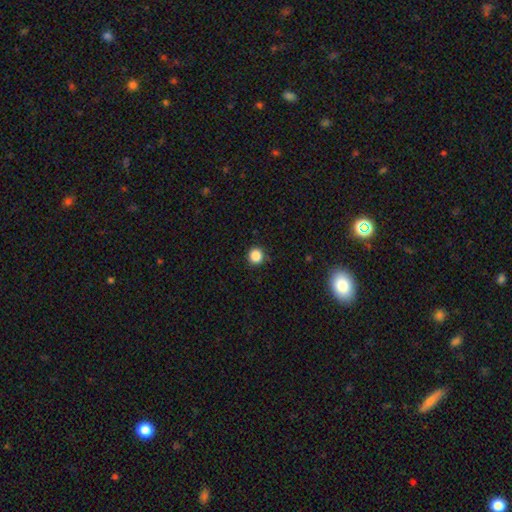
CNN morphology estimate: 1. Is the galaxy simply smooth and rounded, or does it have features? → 86% smooth, 11% star or artifact, 3% featured or disk.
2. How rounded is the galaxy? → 94% round, 5% in between, 1% cigar-shaped.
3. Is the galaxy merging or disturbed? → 90% none, 7% minor disturbance, 2% major disturbance, 1% merger.